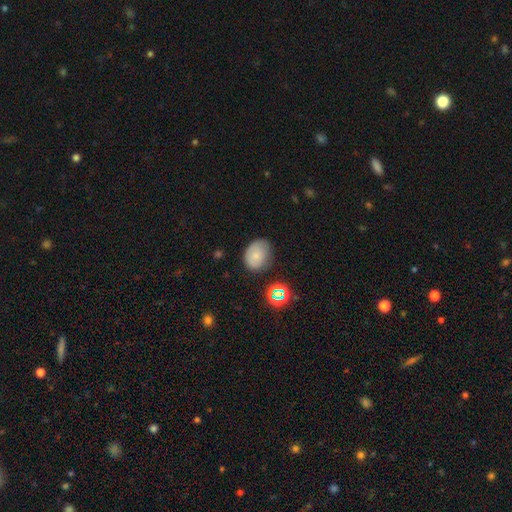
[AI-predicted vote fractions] smooth_or_featured: smooth (p=0.72) [alt: featured or disk p=0.16]
how_rounded: in between (p=0.59) [alt: round p=0.40]
merging: none (p=0.64) [alt: minor disturbance p=0.27]